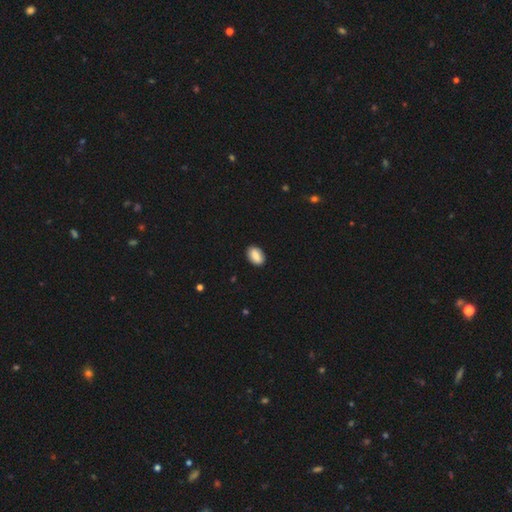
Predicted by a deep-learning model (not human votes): Smooth or featured? Predicted: smooth (p=0.86). How rounded? Predicted: in between (p=0.88). Merging? Predicted: none (p=0.89).